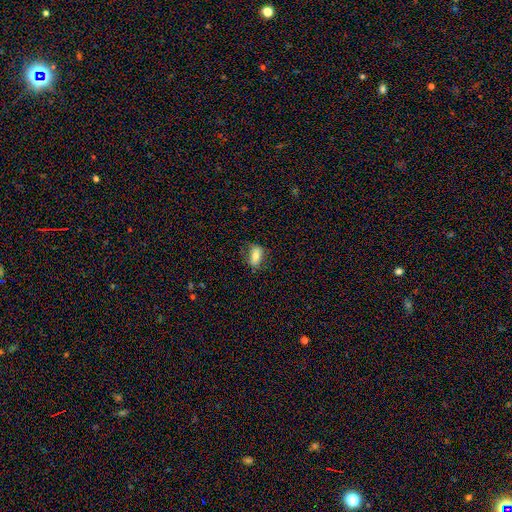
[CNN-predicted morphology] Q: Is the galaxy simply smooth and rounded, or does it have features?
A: smooth — 73%.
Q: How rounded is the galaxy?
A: in between — 84%.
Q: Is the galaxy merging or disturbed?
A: none — 68%.